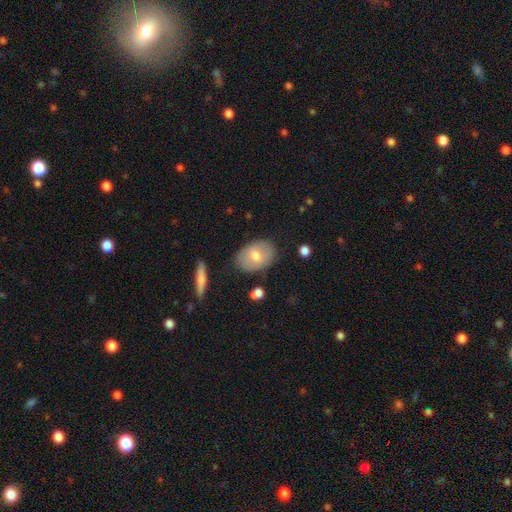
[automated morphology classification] Smooth or featured?
  - smooth: 64% *
  - featured or disk: 29%
  - star or artifact: 7%
How rounded?
  - in between: 83% *
  - round: 15%
  - cigar-shaped: 1%
Merging?
  - none: 82% *
  - minor disturbance: 13%
  - major disturbance: 3%
  - merger: 2%